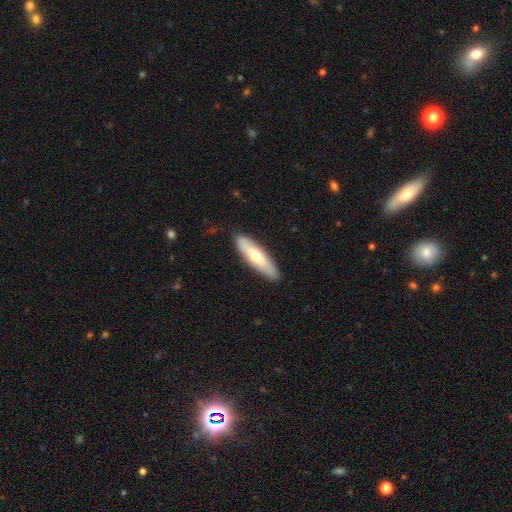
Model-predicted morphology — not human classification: Smooth or featured?
  - smooth: 61% *
  - featured or disk: 34%
  - star or artifact: 5%
How rounded?
  - cigar-shaped: 63% *
  - in between: 35%
  - round: 2%
Merging?
  - none: 87% *
  - minor disturbance: 10%
  - major disturbance: 2%
  - merger: 1%